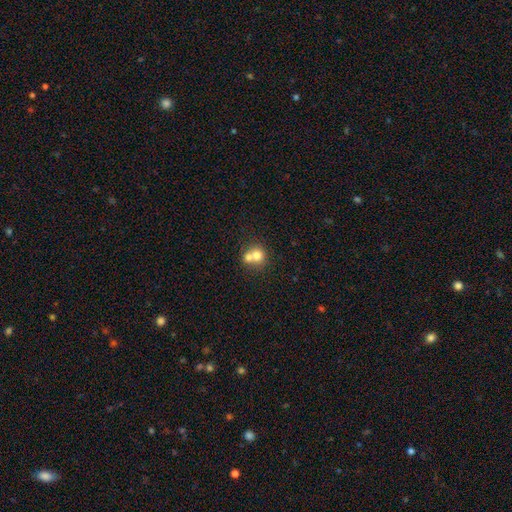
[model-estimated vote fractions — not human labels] smooth-or-featured: smooth: 71% | featured or disk: 18% | star or artifact: 11%
  how-rounded: round: 83% | in between: 16% | cigar-shaped: 1%
  merging: merger: 59% | none: 33% | minor disturbance: 5% | major disturbance: 2%